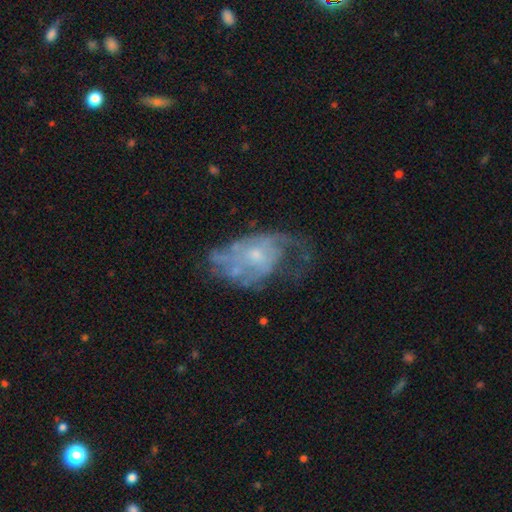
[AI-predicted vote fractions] This appears to be a featured or disk galaxy (72%) with no bar (77%), spiral arms (66%) and a small central bulge (59%). Merging: major disturbance (40%).